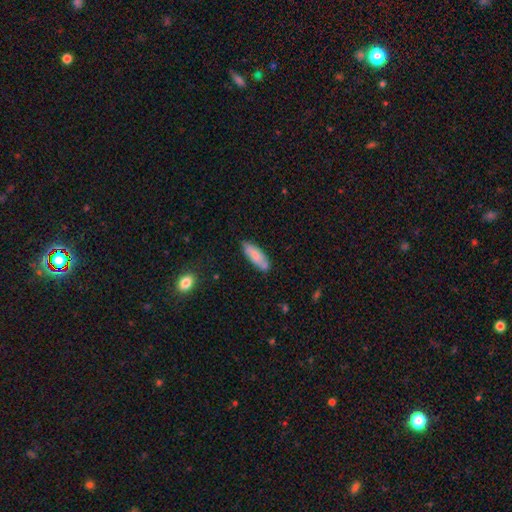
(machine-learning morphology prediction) Smooth or featured? smooth (76%)
How rounded? in between (59%)
Merging? none (77%)